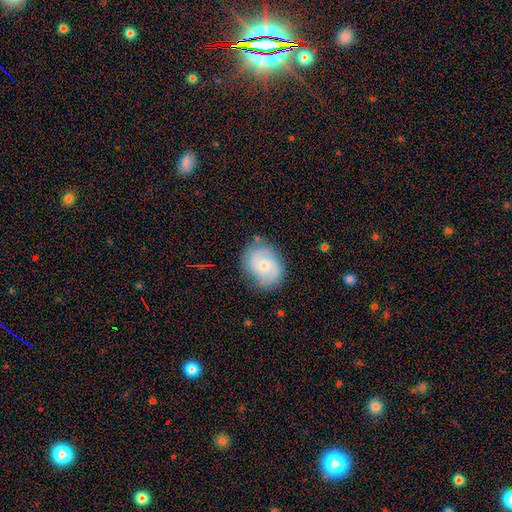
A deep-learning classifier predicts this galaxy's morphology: Overall: featured or disk (55%; smooth 37%). Edge-on disk: no (97%). Bar: no (69%). Spiral arms: yes (85%). Bulge size: small (65%; moderate 30%). Merging: none (76%).